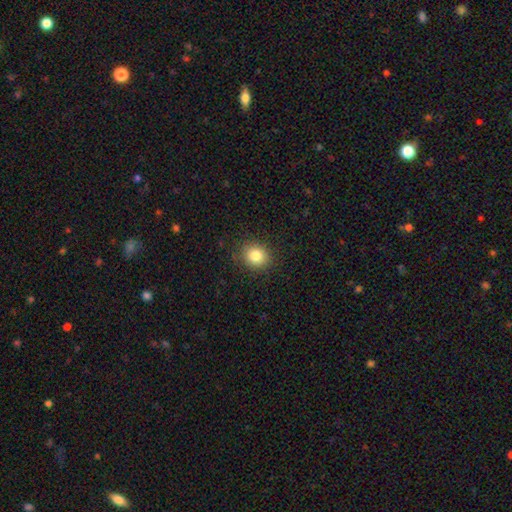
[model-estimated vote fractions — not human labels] This appears to be a smooth galaxy with no disk features (83%) that is round (72%). Merging: none (88%).